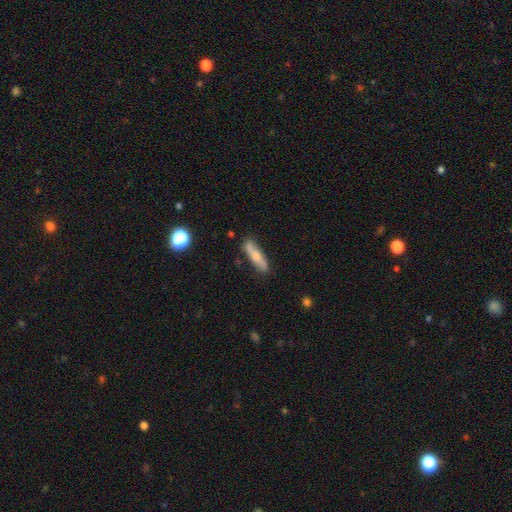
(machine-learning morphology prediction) This appears to be a smooth galaxy with no disk features (57%) that is cigar-shaped (67%). Merging: none (81%).